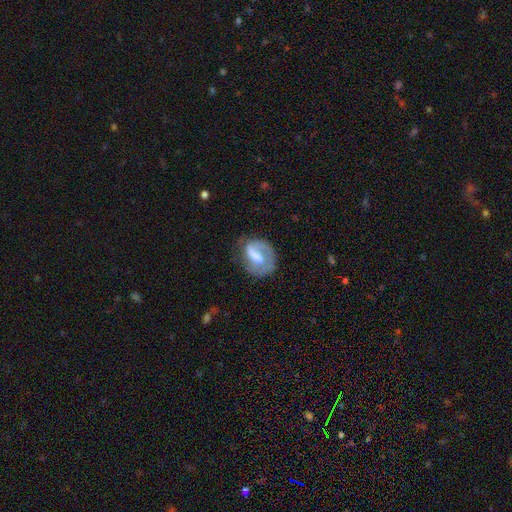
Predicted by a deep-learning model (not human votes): Morphology: type=featured or disk (57%); edge-on=no (96%); bar=weak (41%); spiral arms=yes (72%); bulge=moderate (33%); merging=none (52%).